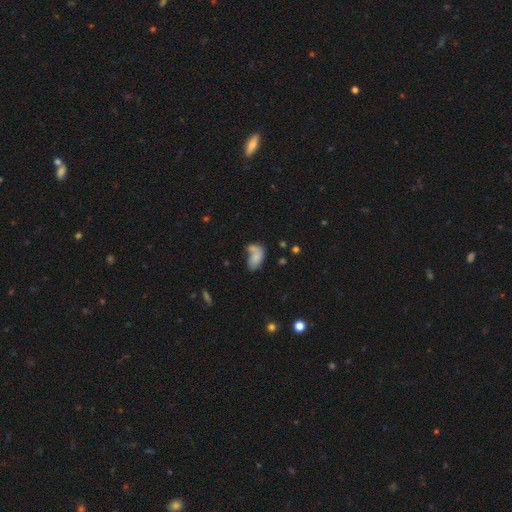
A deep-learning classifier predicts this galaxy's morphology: The model was most divided on "merging": none: 34%, merger: 30%, minor disturbance: 19%, major disturbance: 17%. More confident: how rounded — in between (89%); smooth or featured — smooth (71%).